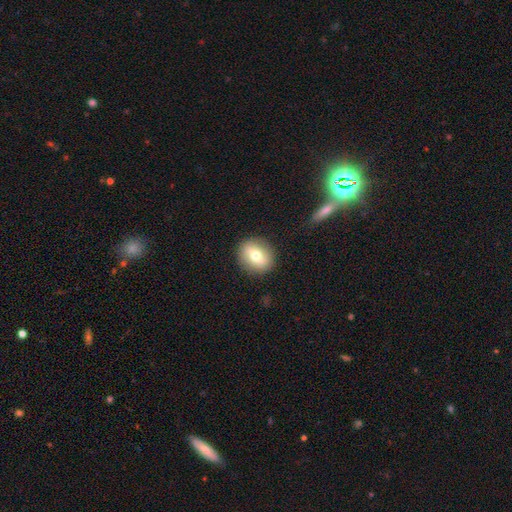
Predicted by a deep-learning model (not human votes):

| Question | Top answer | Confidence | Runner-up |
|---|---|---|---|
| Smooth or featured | smooth | 69% | featured or disk (22%) |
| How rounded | round | 68% | in between (30%) |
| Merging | none | 89% | minor disturbance (8%) |